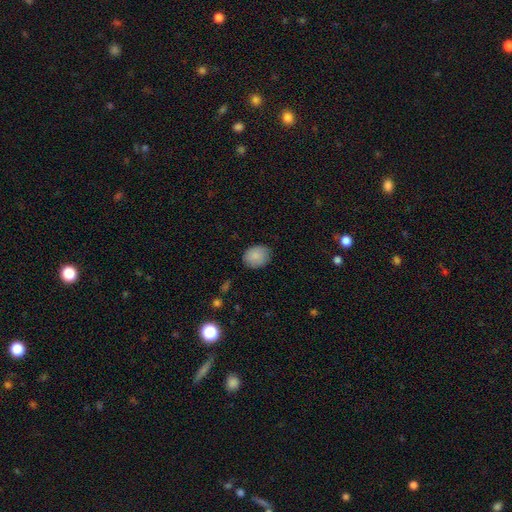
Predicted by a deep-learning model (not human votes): Q: Smooth or featured?
A: smooth (87%); runner-up: star or artifact (8%)
Q: How rounded?
A: in between (53%); runner-up: round (46%)
Q: Merging?
A: none (80%); runner-up: minor disturbance (16%)